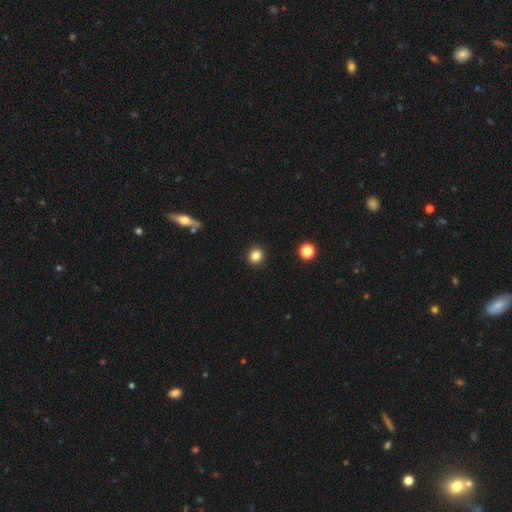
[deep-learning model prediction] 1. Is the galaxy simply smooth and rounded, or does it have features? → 84% smooth, 11% star or artifact, 4% featured or disk.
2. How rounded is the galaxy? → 88% round, 11% in between, 1% cigar-shaped.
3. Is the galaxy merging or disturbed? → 92% none, 5% minor disturbance, 2% major disturbance, 1% merger.